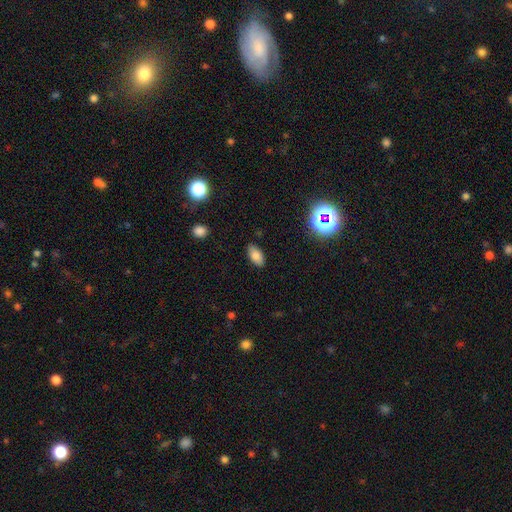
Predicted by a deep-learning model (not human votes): This appears to be a smooth galaxy with no disk features (78%) that is in between round and cigar-shaped (93%). Merging: none (87%).